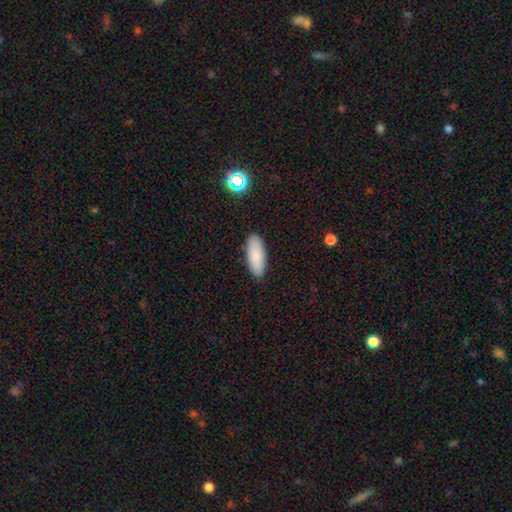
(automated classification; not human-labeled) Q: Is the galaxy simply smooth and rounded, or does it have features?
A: smooth — 85%.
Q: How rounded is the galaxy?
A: in between — 77%.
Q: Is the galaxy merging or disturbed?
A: none — 88%.